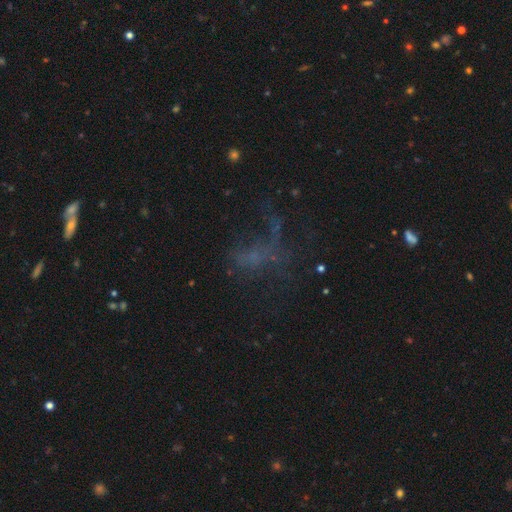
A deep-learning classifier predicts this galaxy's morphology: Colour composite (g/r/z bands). It shows a star or artifact, not a galaxy (38%).